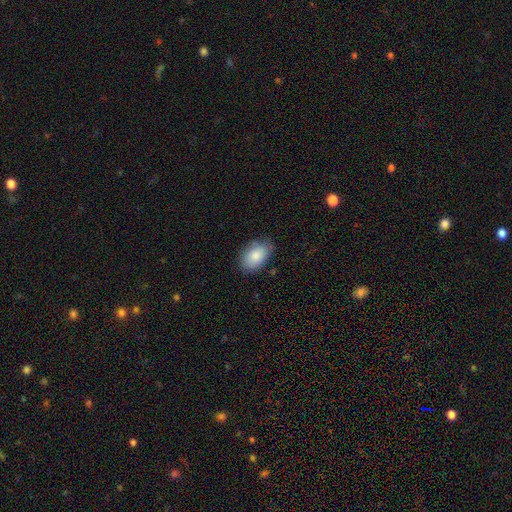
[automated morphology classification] A smooth galaxy with no disk features (85%) that is in between round and cigar-shaped (89%). Merging: none (76%).